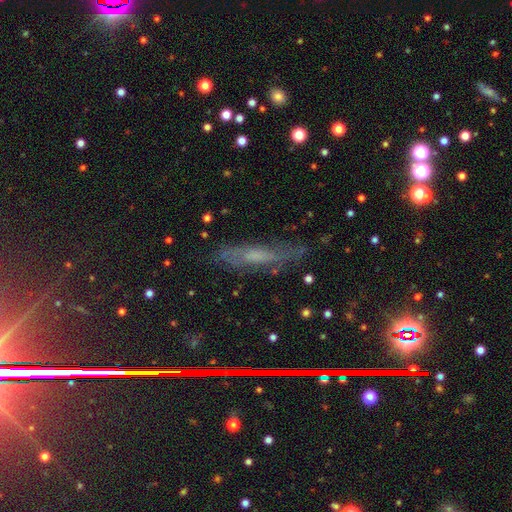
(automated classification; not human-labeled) Smooth or featured? Predicted: featured or disk (p=0.44). Merging? Predicted: none (p=0.69).